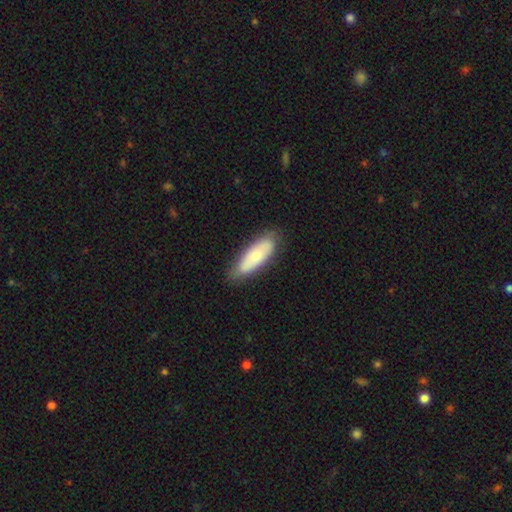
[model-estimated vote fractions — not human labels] Smooth or featured? Predicted: smooth (p=0.64). How rounded? Predicted: in between (p=0.64). Merging? Predicted: none (p=0.80).